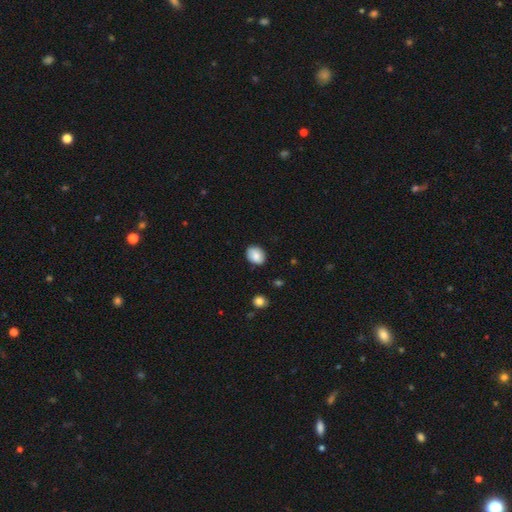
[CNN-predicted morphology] This is clearly a smooth galaxy (84%). How rounded: likely in between (66%). Merging: clearly none (84%).